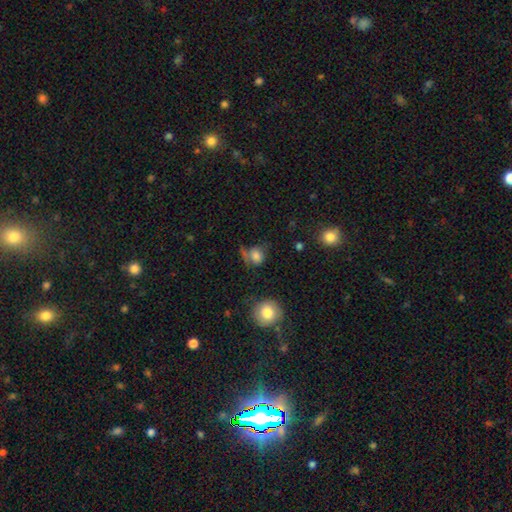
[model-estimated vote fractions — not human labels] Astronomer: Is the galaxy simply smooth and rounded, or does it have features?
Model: smooth — 75%.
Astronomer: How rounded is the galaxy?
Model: round — 66%.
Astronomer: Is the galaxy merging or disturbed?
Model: none — 40% (runner-up: minor disturbance, 24%).